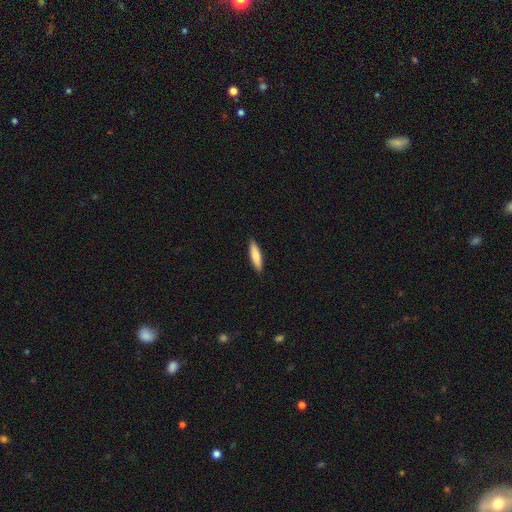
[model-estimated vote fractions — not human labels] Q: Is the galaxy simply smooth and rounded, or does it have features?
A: smooth — 79%.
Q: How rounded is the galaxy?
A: cigar-shaped — 74%.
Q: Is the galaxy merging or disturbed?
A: none — 90%.